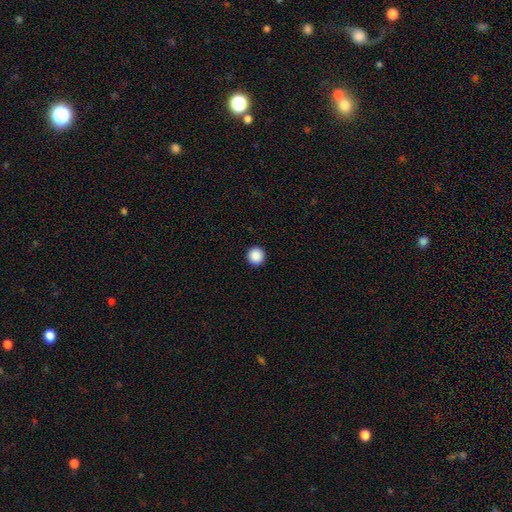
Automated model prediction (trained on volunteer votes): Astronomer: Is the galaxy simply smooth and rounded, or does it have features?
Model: smooth — 89%.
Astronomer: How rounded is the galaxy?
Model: round — 95%.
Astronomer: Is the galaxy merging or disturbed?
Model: none — 93%.